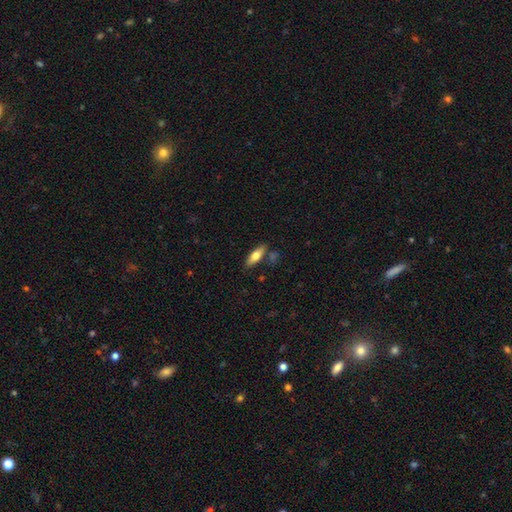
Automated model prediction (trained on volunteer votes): A smooth galaxy with no disk features (63%) that is in between round and cigar-shaped (51%). Merging: none (79%).